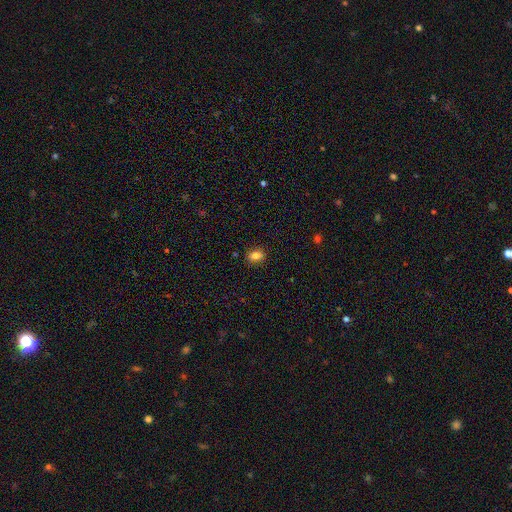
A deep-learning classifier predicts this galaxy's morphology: smooth-or-featured: smooth: 81% | star or artifact: 11% | featured or disk: 8%
  how-rounded: in between: 65% | round: 33% | cigar-shaped: 2%
  merging: none: 87% | minor disturbance: 9% | major disturbance: 2% | merger: 1%